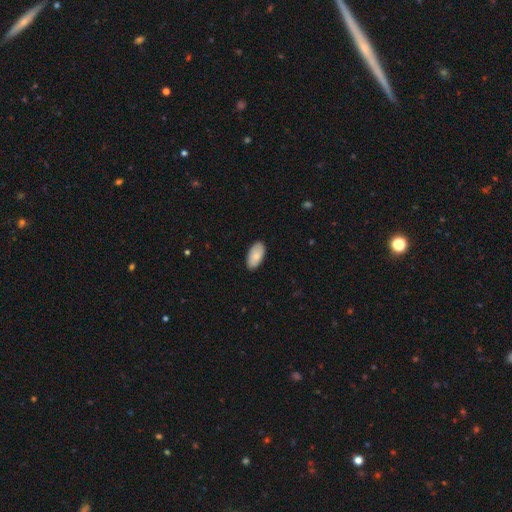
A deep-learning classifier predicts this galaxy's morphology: The model was most divided on "smooth or featured": smooth: 79%, featured or disk: 15%, star or artifact: 6%. More confident: how rounded — in between (95%); merging — none (87%).